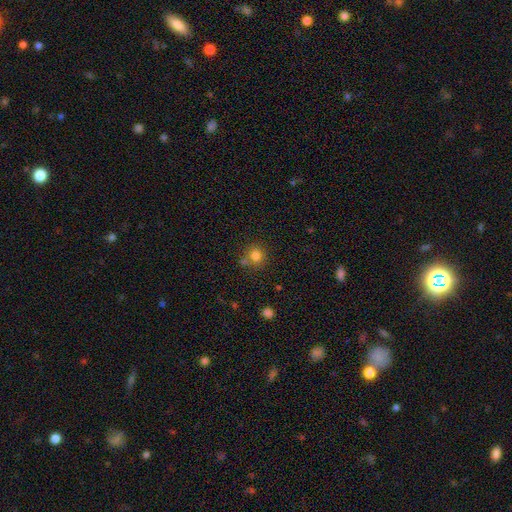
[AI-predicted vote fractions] smooth-or-featured: smooth: 80% | star or artifact: 13% | featured or disk: 7%
  how-rounded: round: 90% | in between: 10% | cigar-shaped: 1%
  merging: none: 70% | merger: 16% | minor disturbance: 10% | major disturbance: 3%